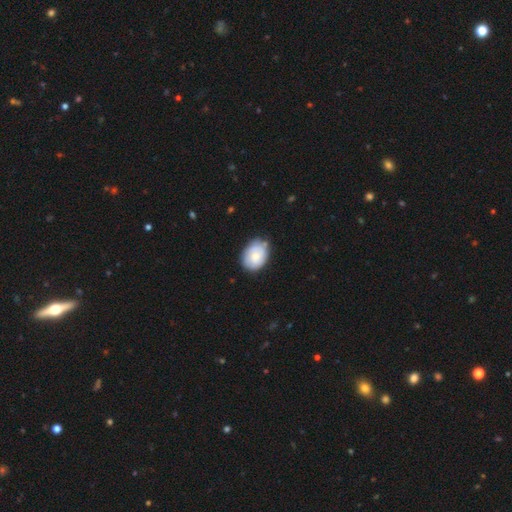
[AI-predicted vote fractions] The model was most divided on "smooth or featured": smooth: 62%, featured or disk: 31%, star or artifact: 6%. More confident: merging — none (71%); how rounded — in between (67%).